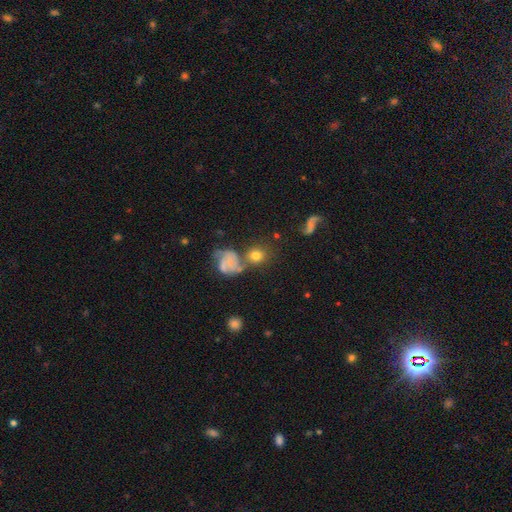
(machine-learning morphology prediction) smooth_or_featured: smooth (p=0.70) [alt: featured or disk p=0.18]
how_rounded: round (p=0.79) [alt: in between p=0.19]
merging: none (p=0.54) [alt: merger p=0.22]